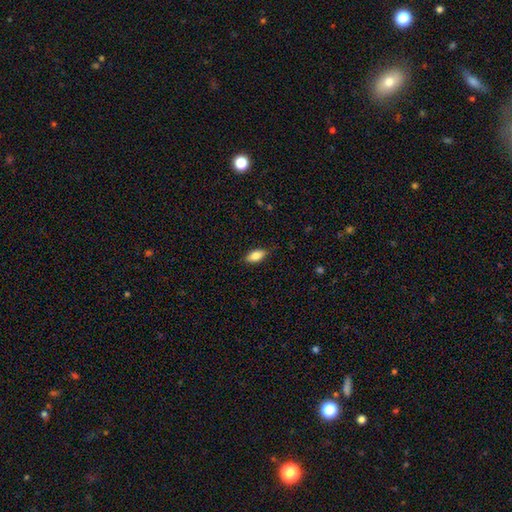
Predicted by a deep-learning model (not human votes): A smooth galaxy with no disk features (82%) that is in between round and cigar-shaped (88%). Merging: none (85%).